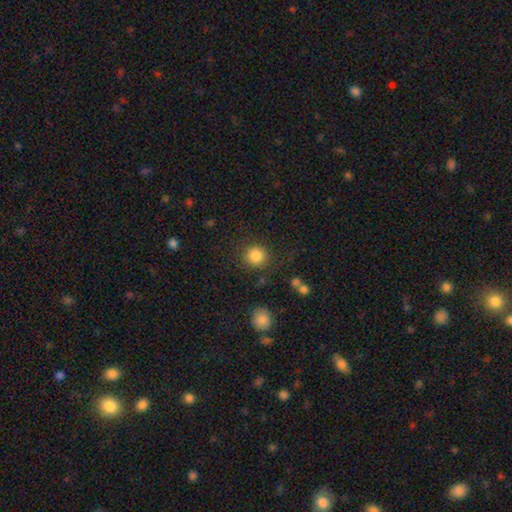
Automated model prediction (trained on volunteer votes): smooth_or_featured: smooth (p=0.86) [alt: star or artifact p=0.10]
how_rounded: round (p=0.90) [alt: in between p=0.09]
merging: none (p=0.85) [alt: minor disturbance p=0.08]